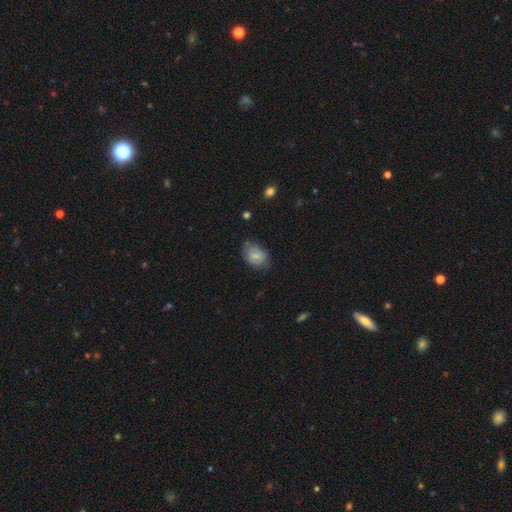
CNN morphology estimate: Smooth or featured? Predicted: smooth (p=0.71). How rounded? Predicted: in between (p=0.80). Merging? Predicted: none (p=0.67).